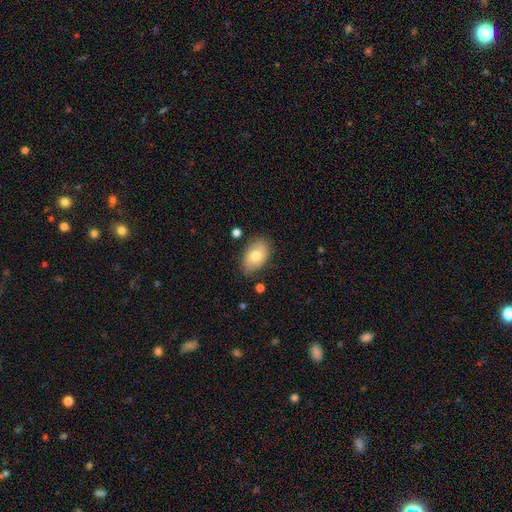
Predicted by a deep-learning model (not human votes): The model was most divided on "smooth or featured": smooth: 73%, featured or disk: 20%, star or artifact: 7%. More confident: how rounded — in between (90%); merging — none (77%).